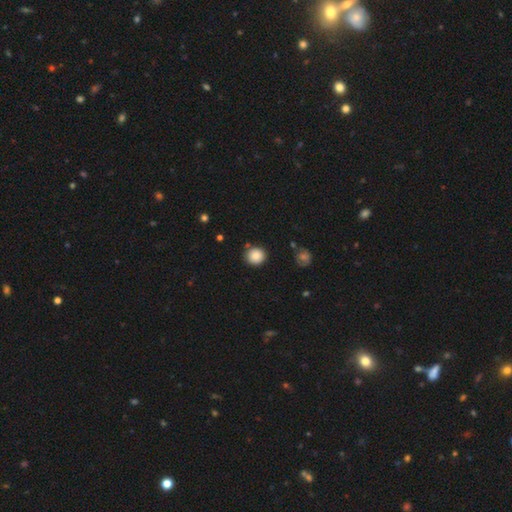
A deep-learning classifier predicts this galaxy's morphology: Q: Smooth or featured?
A: smooth (86%); runner-up: star or artifact (9%)
Q: How rounded?
A: round (88%); runner-up: in between (11%)
Q: Merging?
A: none (86%); runner-up: minor disturbance (9%)